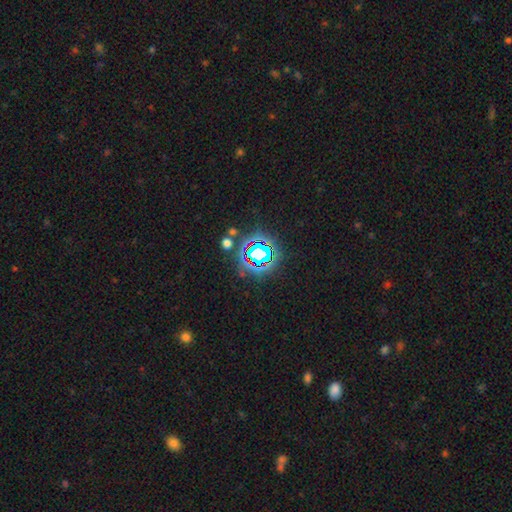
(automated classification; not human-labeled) Smooth or featured: star or artifact — 70% (smooth — 18%)